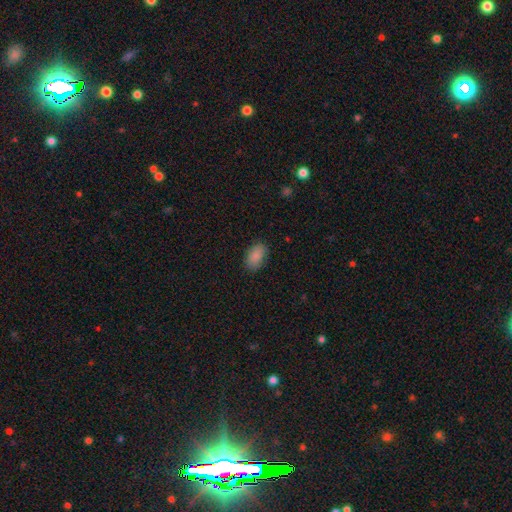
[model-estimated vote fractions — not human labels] Q: Smooth or featured?
A: smooth (88%); runner-up: star or artifact (8%)
Q: How rounded?
A: in between (93%); runner-up: round (5%)
Q: Merging?
A: none (85%); runner-up: minor disturbance (11%)